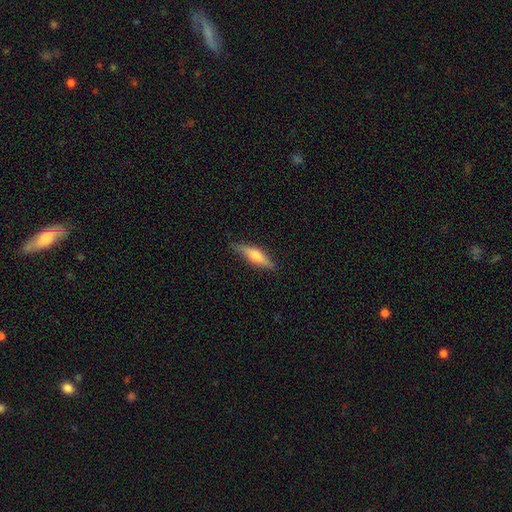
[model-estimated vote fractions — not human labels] Smooth or featured? smooth (54%)
How rounded? cigar-shaped (69%)
Merging? none (82%)